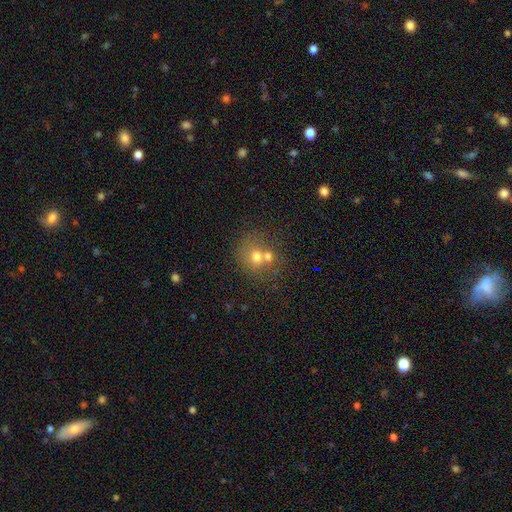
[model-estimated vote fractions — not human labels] Q: Smooth or featured?
A: smooth (62%); runner-up: star or artifact (19%)
Q: How rounded?
A: round (78%); runner-up: in between (21%)
Q: Merging?
A: none (44%); tied with: merger (44%)